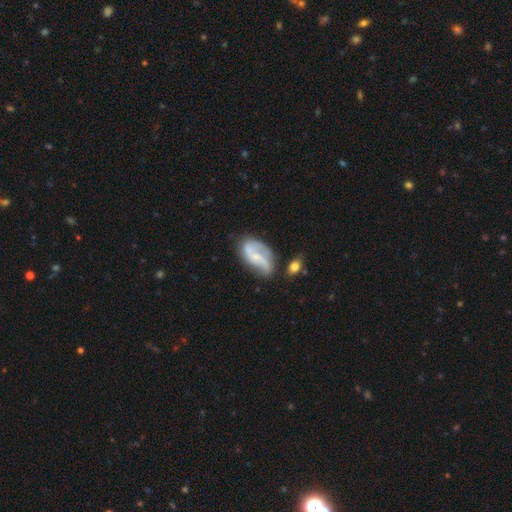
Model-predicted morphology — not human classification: Overall: featured or disk (71%). Edge-on disk: no (95%). Bar: no (47%; weak 36%). Spiral arms: yes (85%). Spiral arm count: 2 (74%). Spiral winding: loose (54%; medium 32%). Bulge size: small (61%; moderate 24%). Merging: none (48%; minor disturbance 26%).